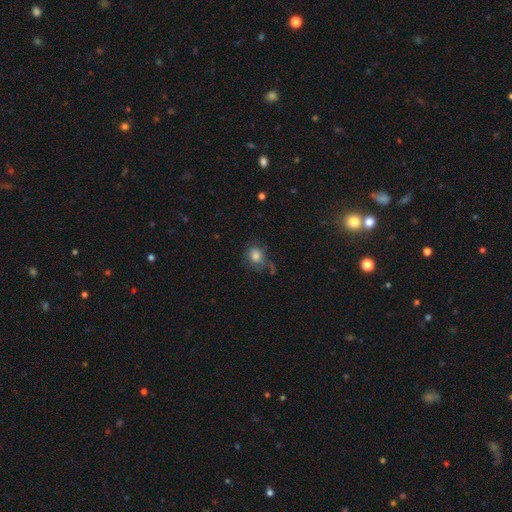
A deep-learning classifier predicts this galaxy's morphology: Smooth or featured?
  - smooth: 77% *
  - featured or disk: 13%
  - star or artifact: 10%
How rounded?
  - round: 64% *
  - in between: 35%
  - cigar-shaped: 1%
Merging?
  - none: 53% *
  - minor disturbance: 26%
  - major disturbance: 15%
  - merger: 6%